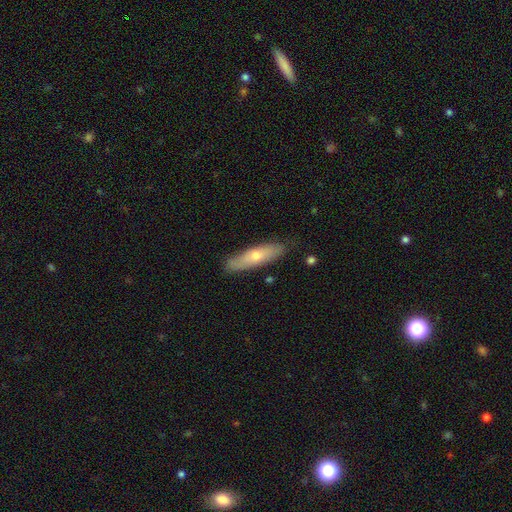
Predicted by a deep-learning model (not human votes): smooth_or_featured: smooth (p=0.58) [alt: featured or disk p=0.36]
how_rounded: cigar-shaped (p=0.67) [alt: in between p=0.31]
merging: none (p=0.82) [alt: minor disturbance p=0.14]